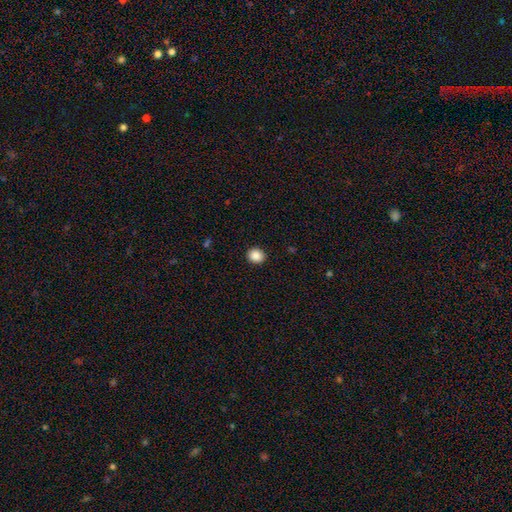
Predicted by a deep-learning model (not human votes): This appears to be a smooth galaxy with no disk features (88%) that is round (76%). Merging: none (91%).